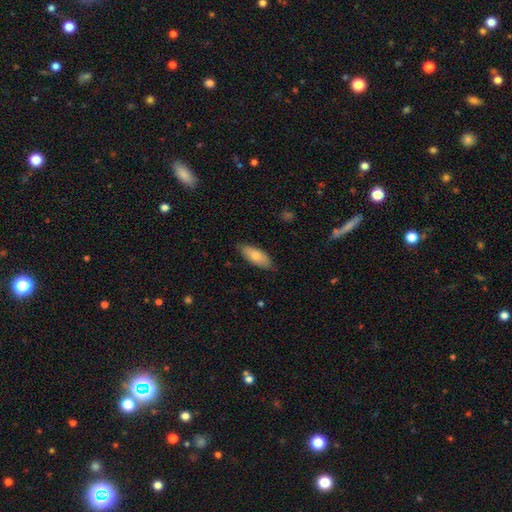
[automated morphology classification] The model was most divided on "smooth or featured": smooth: 77%, featured or disk: 17%, star or artifact: 6%. More confident: merging — none (81%); how rounded — in between (81%).